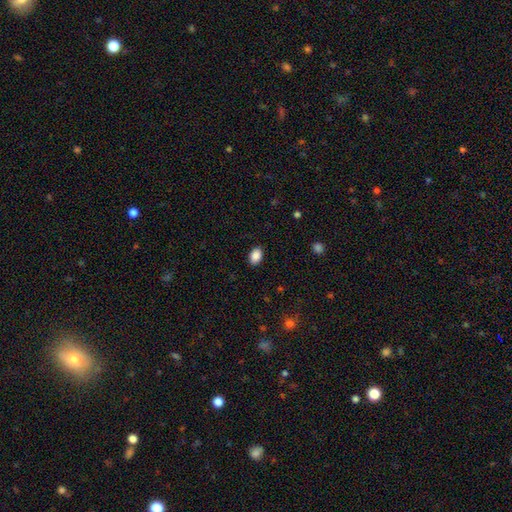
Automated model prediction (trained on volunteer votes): The model was most divided on "how rounded": in between: 86%, round: 13%, cigar-shaped: 1%. More confident: smooth or featured — smooth (89%); merging — none (88%).